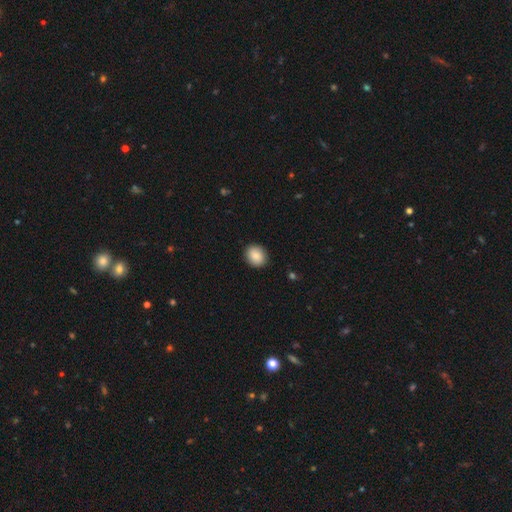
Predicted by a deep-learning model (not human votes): The model was most divided on "how rounded": round: 70%, in between: 29%, cigar-shaped: 1%. More confident: merging — none (91%); smooth or featured — smooth (87%).